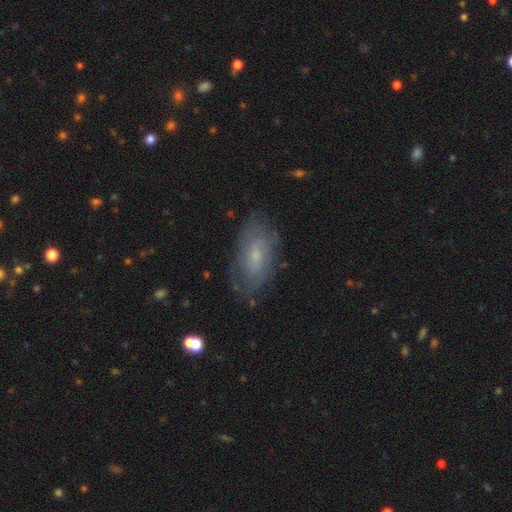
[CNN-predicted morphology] smooth_or_featured: featured or disk (p=0.52) [alt: smooth p=0.40]
disk_edge_on: no (p=0.91) [alt: yes p=0.09]
merging: none (p=0.74) [alt: minor disturbance p=0.18]